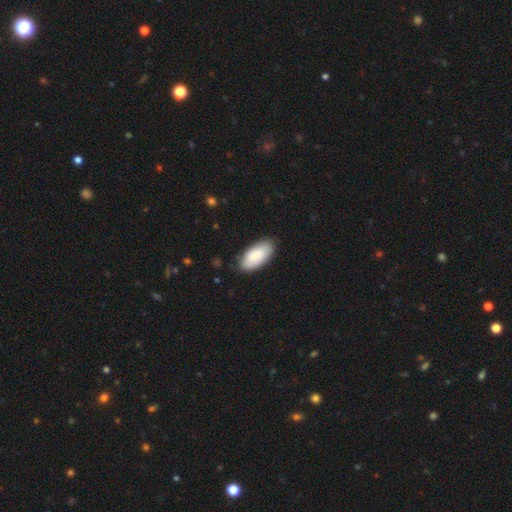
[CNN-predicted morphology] smooth_or_featured: smooth (p=0.86) [alt: featured or disk p=0.09]
how_rounded: in between (p=0.94) [alt: cigar-shaped p=0.05]
merging: none (p=0.84) [alt: minor disturbance p=0.12]